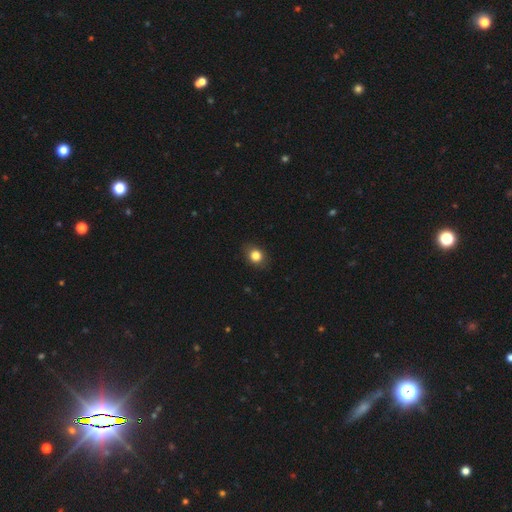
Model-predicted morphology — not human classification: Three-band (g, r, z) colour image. It shows a smooth galaxy with no disk features (83%) that is round (58%). Merging: none (84%).